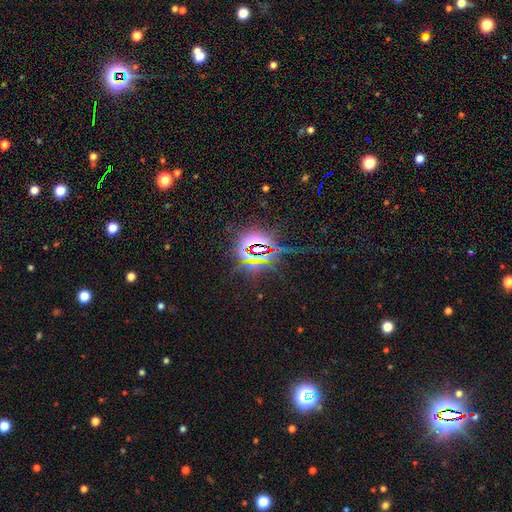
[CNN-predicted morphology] Smooth or featured? star or artifact (83%)